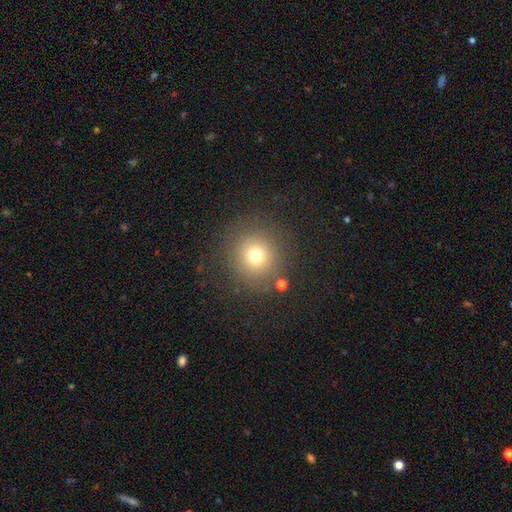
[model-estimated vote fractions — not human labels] A smooth galaxy with no disk features (72%) that is round (93%).

Vote fractions:
- Smooth or featured? smooth: 72% / star or artifact: 18% / featured or disk: 11%
- How rounded? round: 93% / in between: 6% / cigar-shaped: 1%
- Merging? none: 85% / minor disturbance: 8% / major disturbance: 5% / merger: 3%